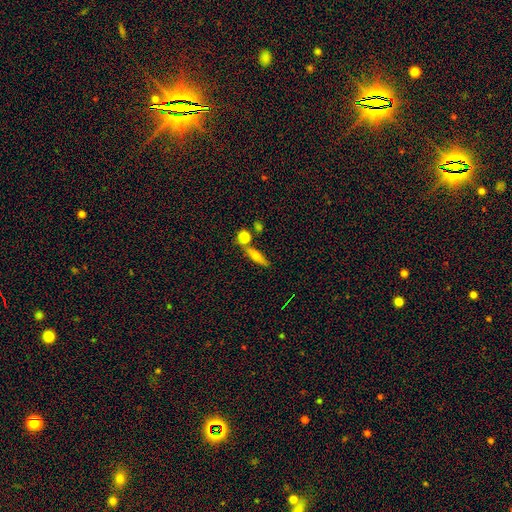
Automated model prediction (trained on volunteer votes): This appears to be a smooth galaxy with no disk features (60%) that is cigar-shaped (66%). Merging: none (66%).